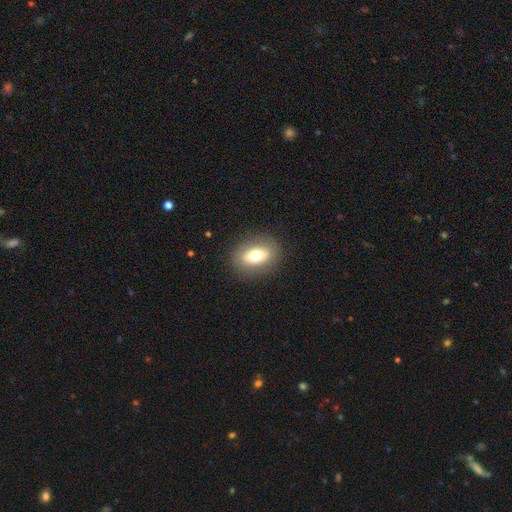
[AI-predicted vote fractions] smooth-or-featured: smooth: 68% | featured or disk: 23% | star or artifact: 9%
  how-rounded: in between: 78% | round: 20% | cigar-shaped: 2%
  merging: none: 86% | minor disturbance: 10% | major disturbance: 4% | merger: 1%